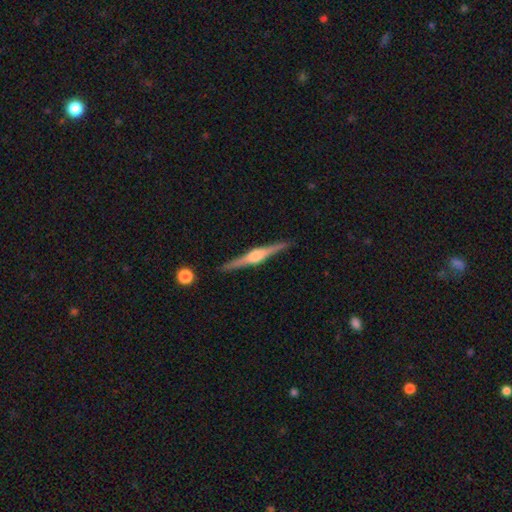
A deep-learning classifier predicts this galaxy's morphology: Smooth or featured? featured or disk (83%)
Edge-on disk? yes (98%)
Edge-on bulge? rounded (85%)
Merging? none (91%)